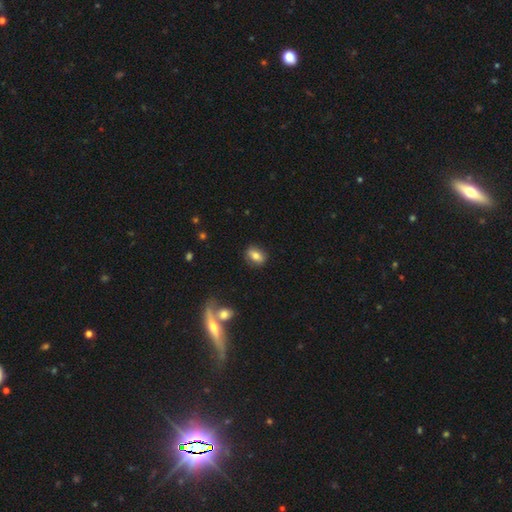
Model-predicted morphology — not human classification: Smooth or featured? Predicted: smooth (p=0.75). How rounded? Predicted: in between (p=0.73). Merging? Predicted: none (p=0.85).